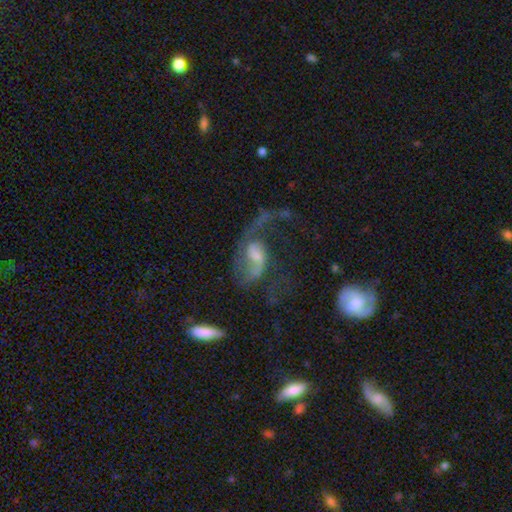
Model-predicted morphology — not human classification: This appears to be a featured or disk galaxy (74%) with no bar (44%, tied with weak), 2 (65%) loose (67%) spiral arms (84%) and a small central bulge (39%). Merging: major disturbance (49%).